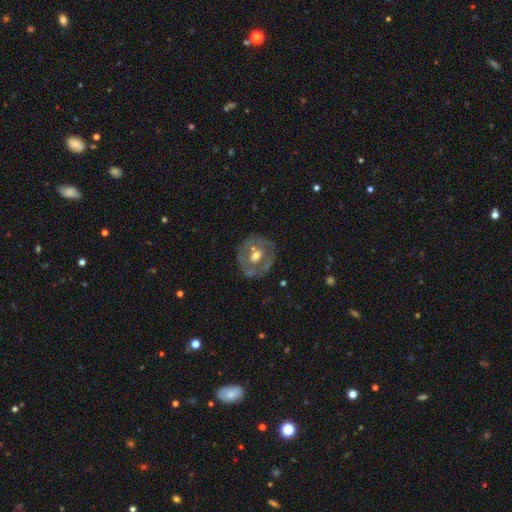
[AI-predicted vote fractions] Q: Smooth or featured?
A: featured or disk (60%); runner-up: smooth (33%)
Q: Edge-on disk?
A: no (95%); runner-up: yes (5%)
Q: Bar?
A: no (62%); runner-up: weak (28%)
Q: Spiral arms?
A: no (78%); runner-up: yes (22%)
Q: Bulge size?
A: moderate (72%); runner-up: small (16%)
Q: Merging?
A: none (67%); runner-up: minor disturbance (18%)